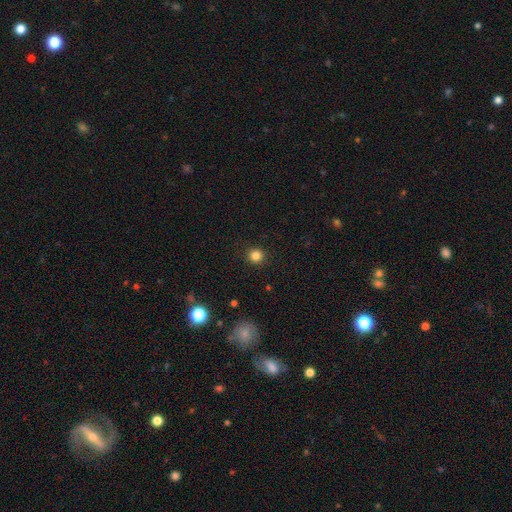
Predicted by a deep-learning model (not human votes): This appears to be a smooth galaxy with no disk features (84%) that is round (94%). Merging: none (92%).